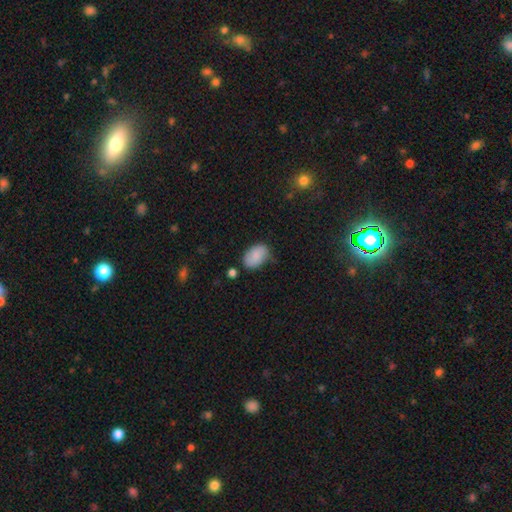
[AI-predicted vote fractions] smooth 83%, featured or disk 10%, star or artifact 7%. Down the decision tree: how rounded — in between (88%); merging — none (66%).